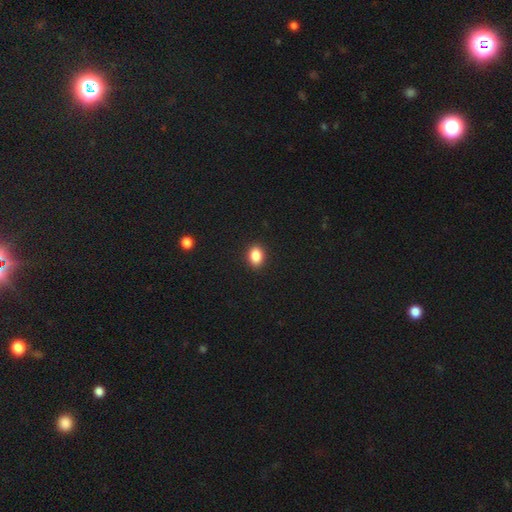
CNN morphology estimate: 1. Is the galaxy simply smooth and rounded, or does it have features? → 86% smooth, 10% star or artifact, 4% featured or disk.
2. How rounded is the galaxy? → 65% in between, 34% round, 1% cigar-shaped.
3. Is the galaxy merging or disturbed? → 91% none, 7% minor disturbance, 2% major disturbance, 1% merger.